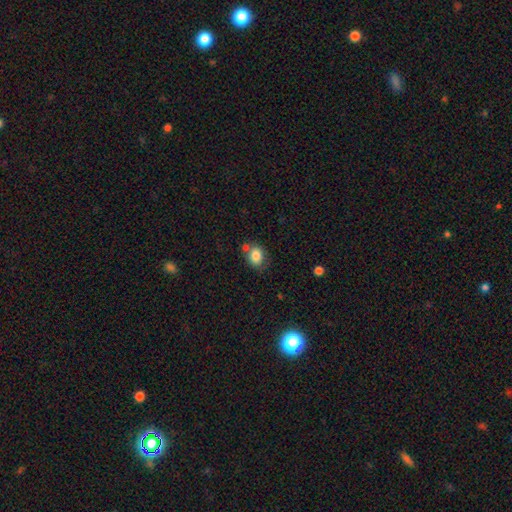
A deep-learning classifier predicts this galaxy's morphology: Q: Smooth or featured?
A: smooth (82%); runner-up: star or artifact (9%)
Q: How rounded?
A: in between (55%); runner-up: round (44%)
Q: Merging?
A: none (60%); runner-up: merger (19%)